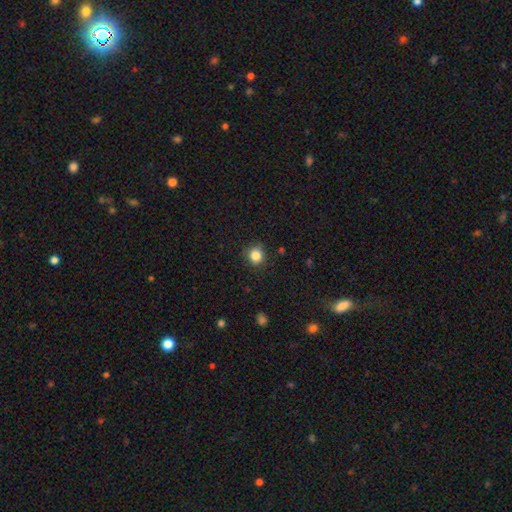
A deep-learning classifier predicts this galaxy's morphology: Smooth or featured? Predicted: smooth (p=0.84). How rounded? Predicted: round (p=0.89). Merging? Predicted: none (p=0.86).